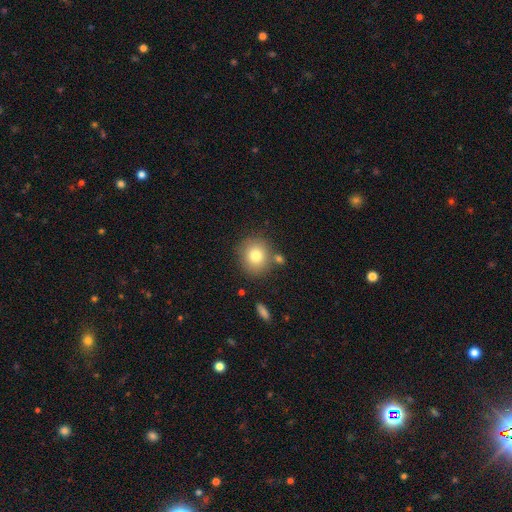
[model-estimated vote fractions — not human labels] Smooth or featured? Predicted: smooth (p=0.79). How rounded? Predicted: round (p=0.83). Merging? Predicted: none (p=0.77).